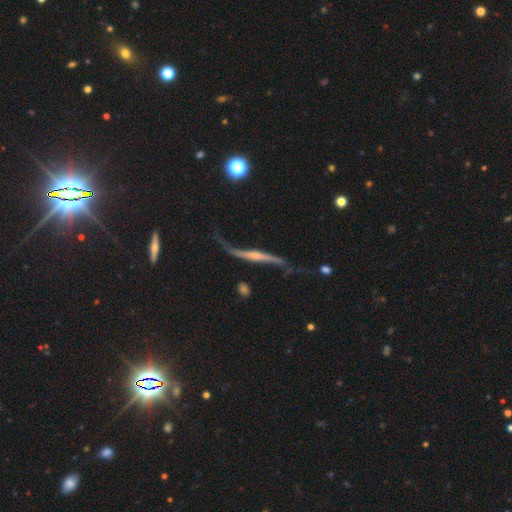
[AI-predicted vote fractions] Q: Smooth or featured?
A: featured or disk (83%); runner-up: smooth (10%)
Q: Edge-on disk?
A: yes (56%); runner-up: no (44%)
Q: Merging?
A: none (46%); runner-up: minor disturbance (25%)